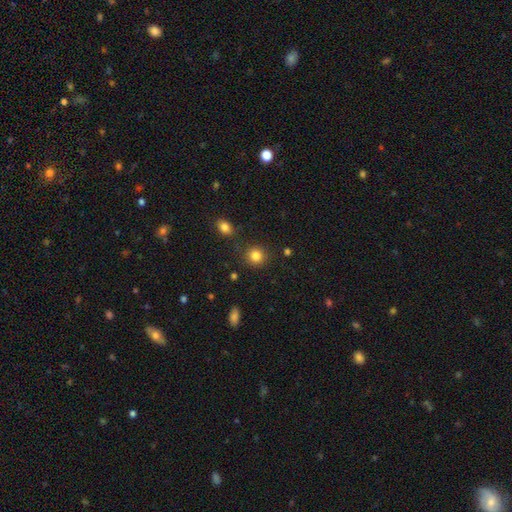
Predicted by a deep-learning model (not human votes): Morphology: type=smooth (84%); roundness=round (89%); merging=none (87%).